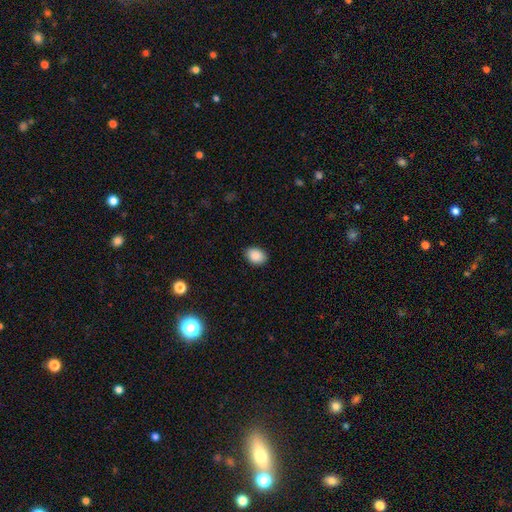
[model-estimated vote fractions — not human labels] Smooth or featured: smooth — 89% (star or artifact — 7%)
How rounded: in between — 76% (round — 23%)
Merging: none — 88% (minor disturbance — 9%)